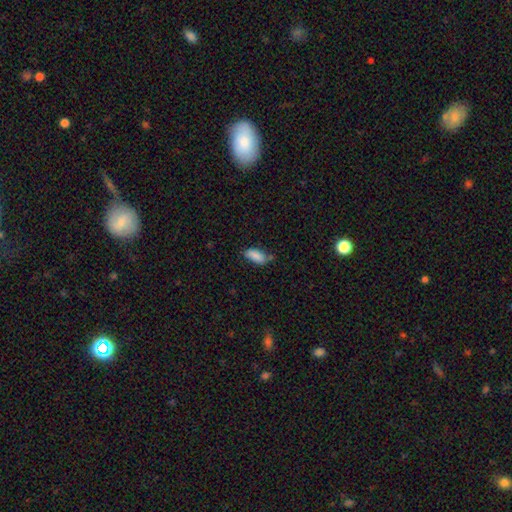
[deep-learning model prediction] Smooth or featured? smooth (87%)
How rounded? in between (86%)
Merging? none (66%)